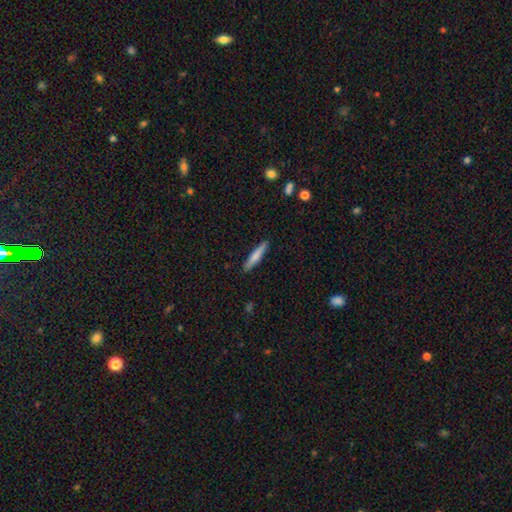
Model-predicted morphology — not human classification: The model was most divided on "smooth or featured": smooth: 69%, featured or disk: 25%, star or artifact: 6%. More confident: how rounded — cigar-shaped (92%); merging — none (90%).